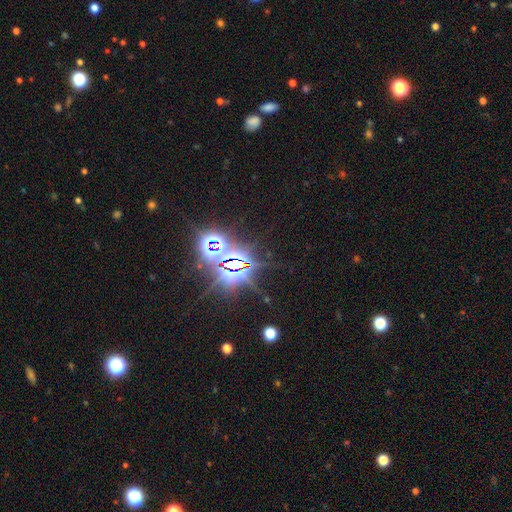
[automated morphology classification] Smooth or featured? star or artifact (76%)